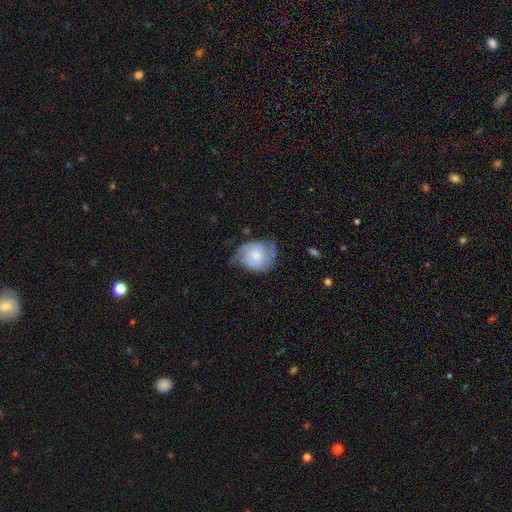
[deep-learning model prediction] This is likely a featured or disk galaxy (71%). It is clearly not viewed edge-on (97%). Bar: likely no (67%). Spiral arm pattern: clearly yes (88%). Spiral arm count: possibly 2 (51%). Spiral winding: possibly tight (51%). Central bulge: possibly moderate (53%). Merging: possibly none (48%).